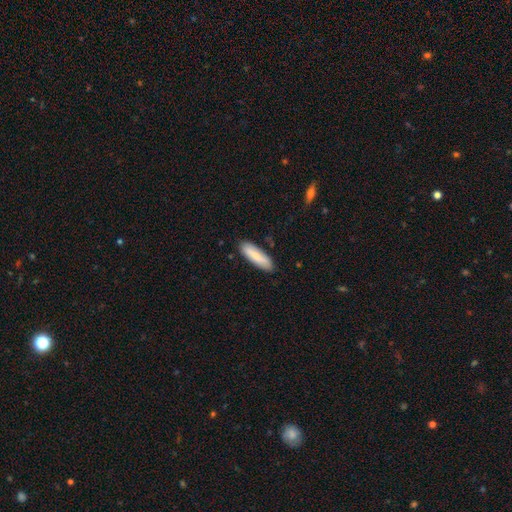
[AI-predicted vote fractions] smooth-or-featured: smooth: 78% | featured or disk: 16% | star or artifact: 6%
  how-rounded: cigar-shaped: 57% | in between: 42% | round: 2%
  merging: none: 85% | minor disturbance: 11% | major disturbance: 2% | merger: 1%